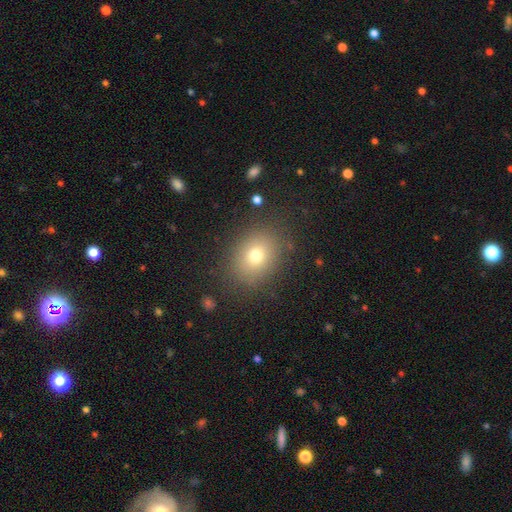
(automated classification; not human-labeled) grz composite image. It shows a smooth galaxy with no disk features (73%) that is round (51%). Merging: none (84%).